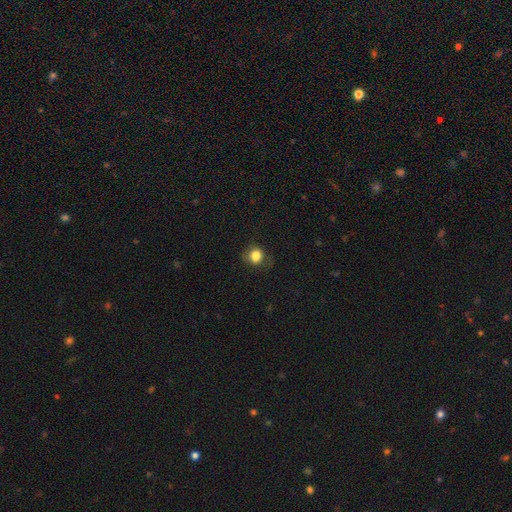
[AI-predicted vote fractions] Morphology: type=smooth (82%); roundness=round (77%); merging=none (75%).